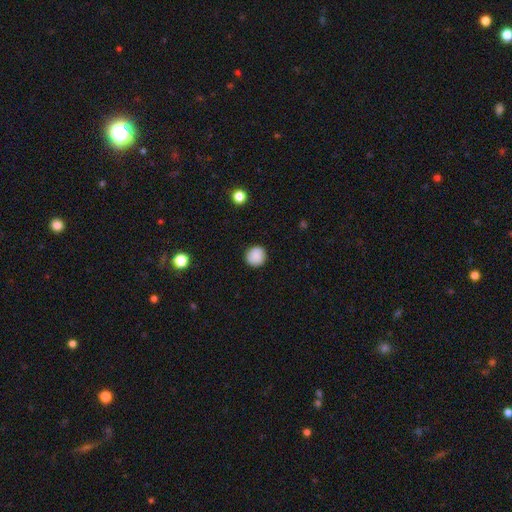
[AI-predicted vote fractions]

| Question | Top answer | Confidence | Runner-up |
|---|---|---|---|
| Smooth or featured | smooth | 87% | star or artifact (9%) |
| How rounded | round | 92% | in between (7%) |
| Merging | none | 89% | minor disturbance (8%) |